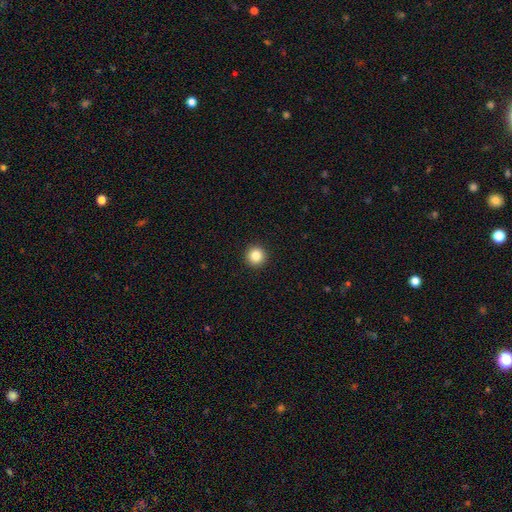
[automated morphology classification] smooth-or-featured: smooth: 86% | star or artifact: 10% | featured or disk: 4%
  how-rounded: round: 96% | in between: 3% | cigar-shaped: 1%
  merging: none: 94% | minor disturbance: 4% | major disturbance: 1% | merger: 1%